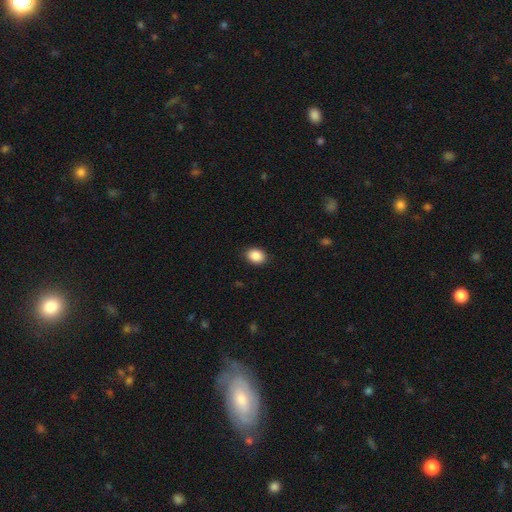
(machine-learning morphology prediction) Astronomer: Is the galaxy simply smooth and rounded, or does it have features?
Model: smooth — 89%.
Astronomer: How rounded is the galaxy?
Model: in between — 63%.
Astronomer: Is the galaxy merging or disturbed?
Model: none — 90%.